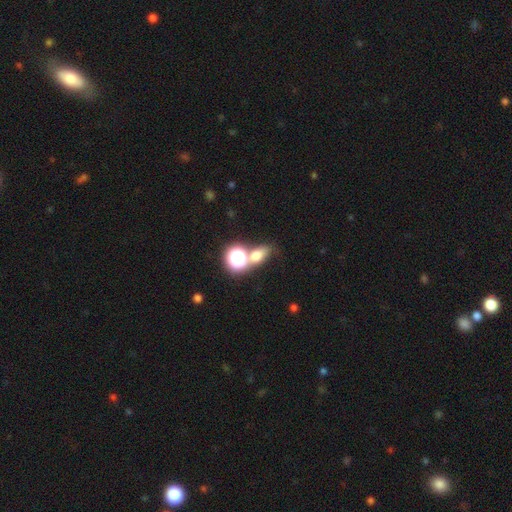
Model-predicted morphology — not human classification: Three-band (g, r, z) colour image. It shows a smooth galaxy with no disk features (63%) that is in between round and cigar-shaped (58%). Merging: none (54%).